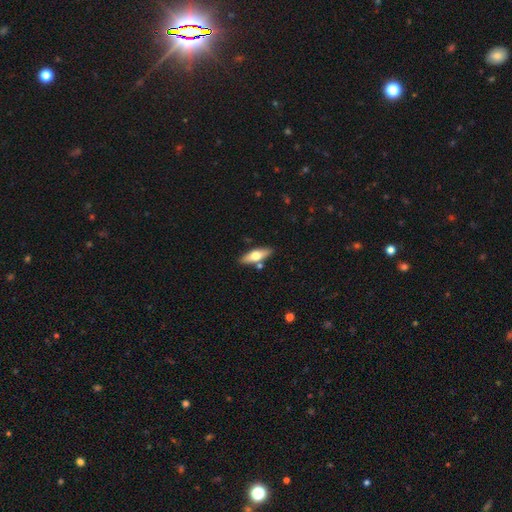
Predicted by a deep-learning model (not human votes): Q: Smooth or featured?
A: smooth (53%); runner-up: featured or disk (41%)
Q: How rounded?
A: in between (52%); runner-up: cigar-shaped (46%)
Q: Merging?
A: none (82%); runner-up: minor disturbance (10%)